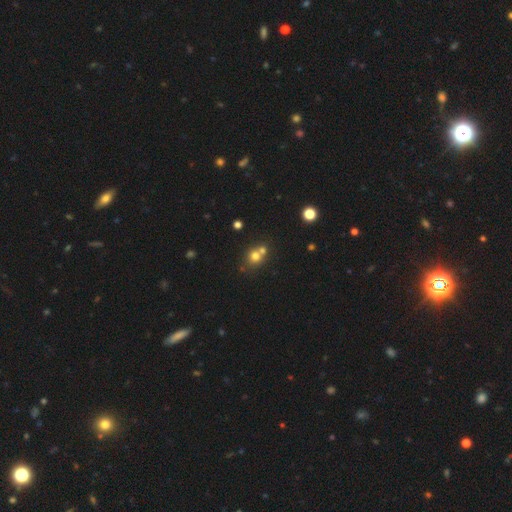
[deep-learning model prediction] Overall: smooth (73%). How rounded: round (82%). Merging: none (48%; merger 42%).